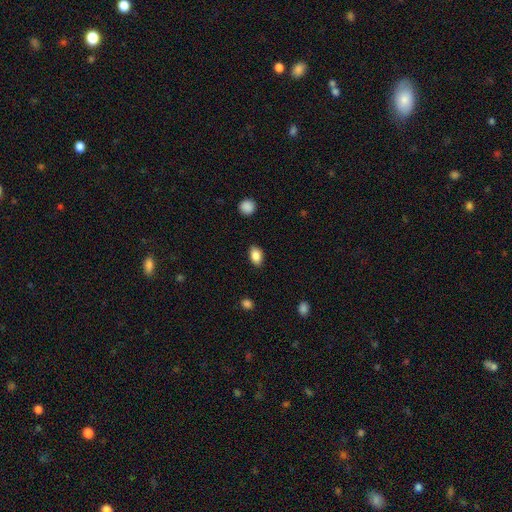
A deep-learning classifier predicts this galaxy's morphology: This is clearly a smooth galaxy (86%). How rounded: clearly in between (85%). Merging: clearly none (87%).